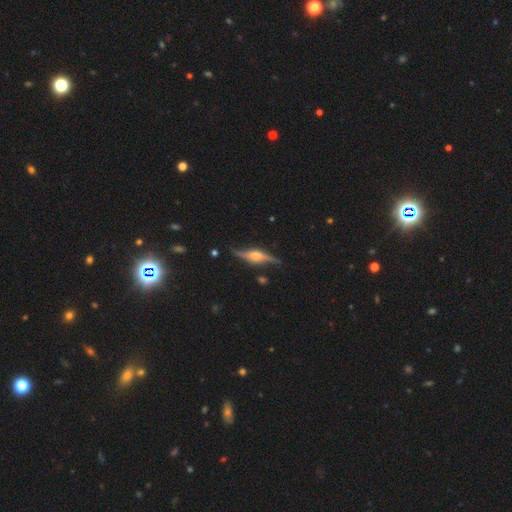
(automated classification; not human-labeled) The model was most divided on "edge-on disk": yes: 79%, no: 21%. More confident: edge-on bulge — rounded (85%); smooth or featured — featured or disk (84%); merging — none (75%).